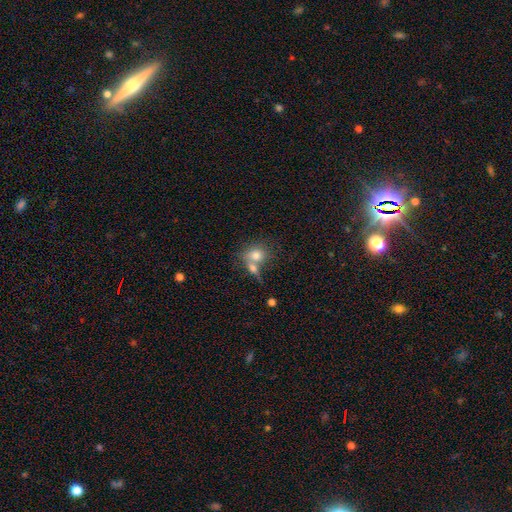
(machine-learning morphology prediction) smooth_or_featured: smooth (p=0.76) [alt: featured or disk p=0.15]
how_rounded: round (p=0.61) [alt: in between p=0.37]
merging: merger (p=0.49) [alt: none p=0.34]